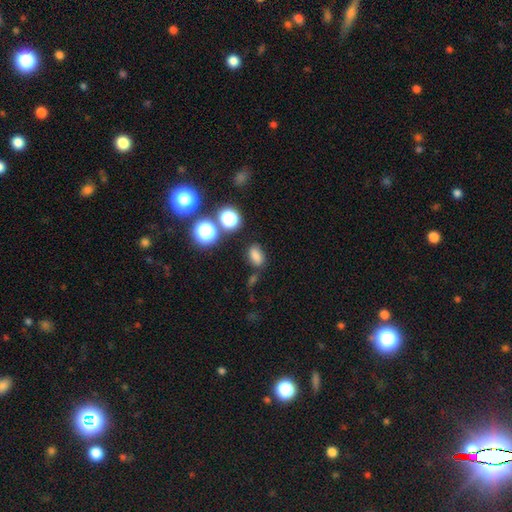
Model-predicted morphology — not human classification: This is likely a smooth galaxy (76%). How rounded: likely in between (78%). Merging: likely none (76%).